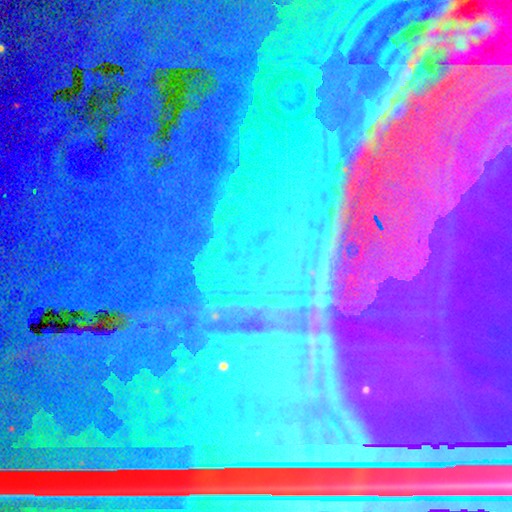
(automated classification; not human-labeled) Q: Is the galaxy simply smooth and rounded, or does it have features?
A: star or artifact — 88%.